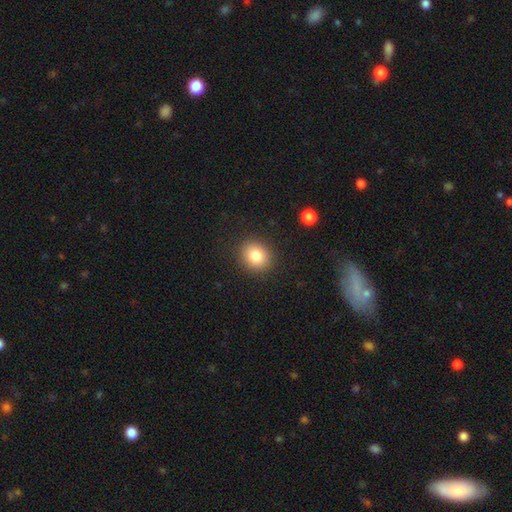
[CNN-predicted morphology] Smooth or featured? Predicted: smooth (p=0.82). How rounded? Predicted: round (p=0.75). Merging? Predicted: none (p=0.89).